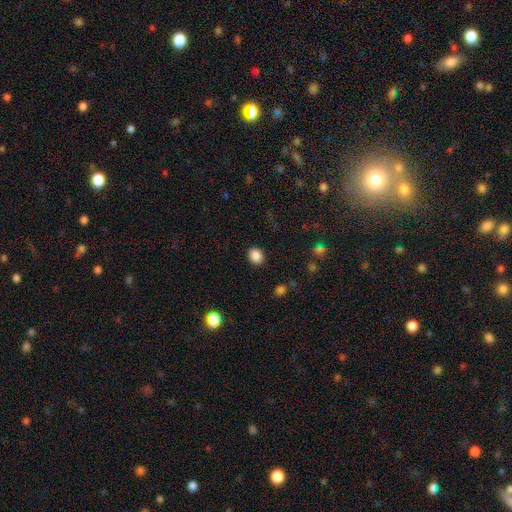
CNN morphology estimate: This appears to be a smooth galaxy with no disk features (87%) that is round (53%). Merging: none (89%).